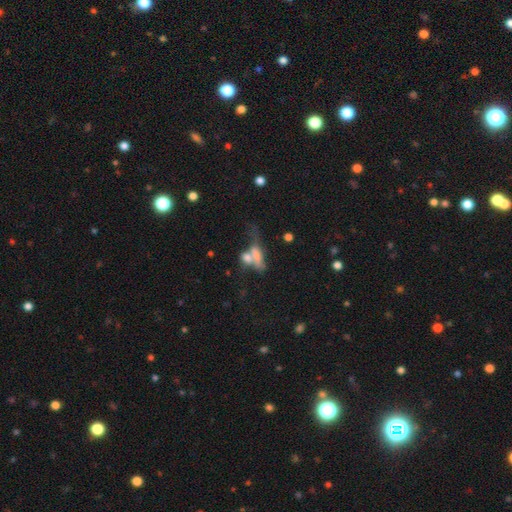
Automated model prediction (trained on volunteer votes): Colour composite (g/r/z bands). It shows a smooth galaxy with no disk features (57%) that is in between round and cigar-shaped (50%). Merging: merger (51%).